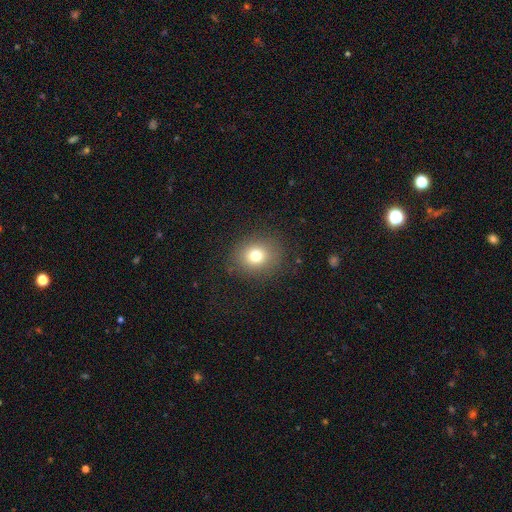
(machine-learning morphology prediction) Overall: smooth (75%). How rounded: round (73%). Merging: none (85%).